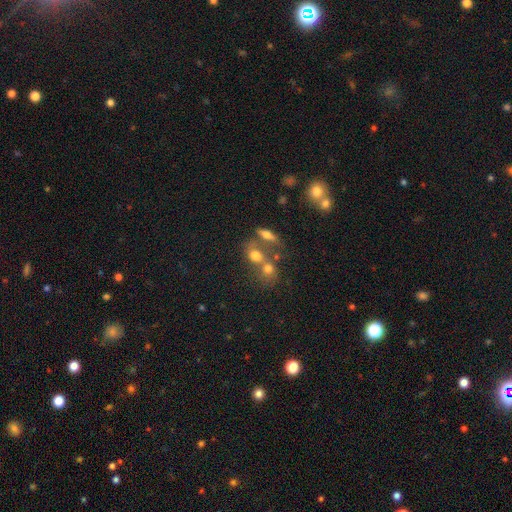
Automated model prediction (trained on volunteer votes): Overall: smooth (67%). How rounded: round (50%; in between 46%). Merging: merger (55%; none 30%).